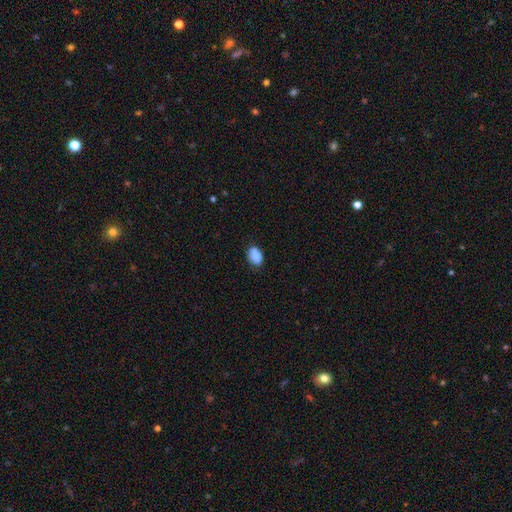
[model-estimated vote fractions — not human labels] Q: Smooth or featured?
A: smooth (87%); runner-up: star or artifact (8%)
Q: How rounded?
A: in between (83%); runner-up: round (15%)
Q: Merging?
A: none (71%); runner-up: minor disturbance (23%)